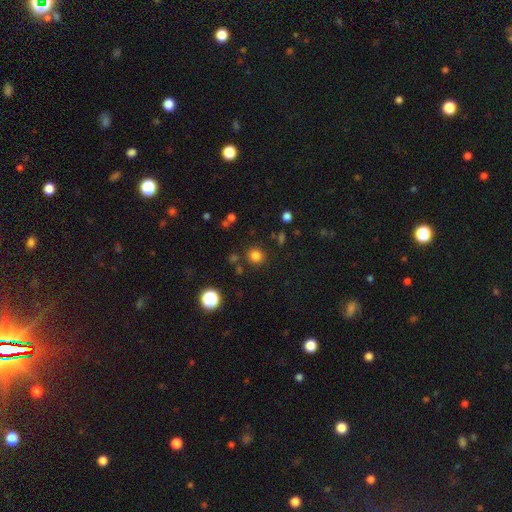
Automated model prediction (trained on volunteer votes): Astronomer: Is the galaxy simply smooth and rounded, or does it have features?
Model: smooth — 78%.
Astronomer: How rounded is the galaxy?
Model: round — 92%.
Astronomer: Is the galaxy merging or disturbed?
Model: none — 86%.